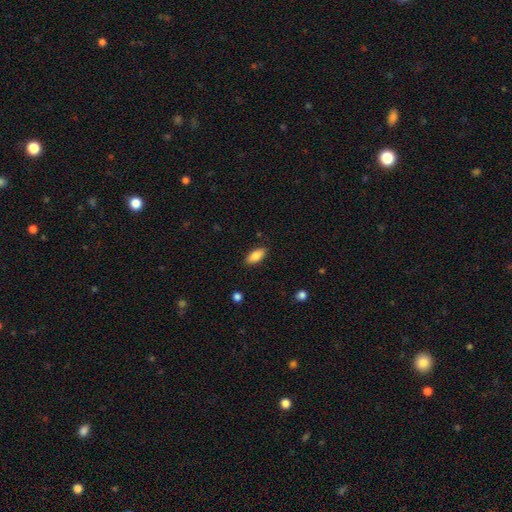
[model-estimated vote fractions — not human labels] Q: Smooth or featured?
A: smooth (84%); runner-up: featured or disk (9%)
Q: How rounded?
A: in between (86%); runner-up: cigar-shaped (12%)
Q: Merging?
A: none (88%); runner-up: minor disturbance (9%)